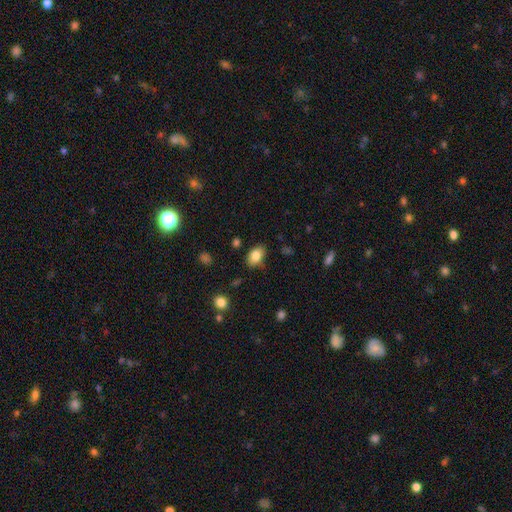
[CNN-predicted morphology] smooth_or_featured: smooth (p=0.82) [alt: featured or disk p=0.09]
how_rounded: in between (p=0.84) [alt: round p=0.15]
merging: none (p=0.79) [alt: minor disturbance p=0.15]